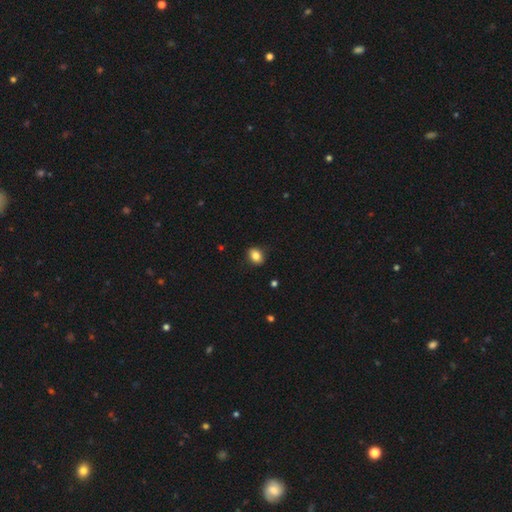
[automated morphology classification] A smooth galaxy with no disk features (85%) that is in between round and cigar-shaped (67%).

Vote fractions:
- Smooth or featured? smooth: 85% / star or artifact: 9% / featured or disk: 6%
- How rounded? in between: 67% / round: 32% / cigar-shaped: 1%
- Merging? none: 86% / minor disturbance: 10% / major disturbance: 2% / merger: 1%